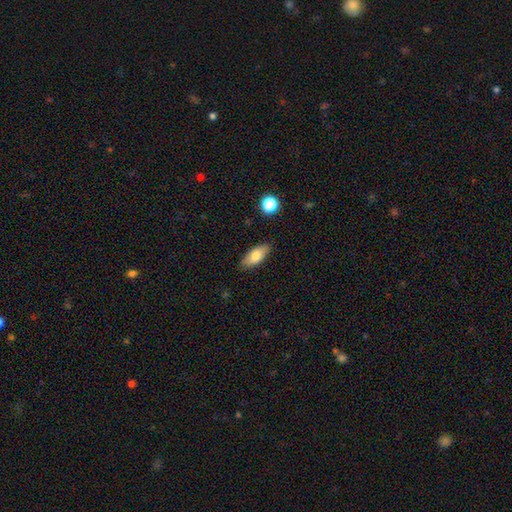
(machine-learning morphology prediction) Smooth or featured: smooth — 79% (featured or disk — 14%)
How rounded: in between — 84% (cigar-shaped — 13%)
Merging: none — 85% (minor disturbance — 11%)